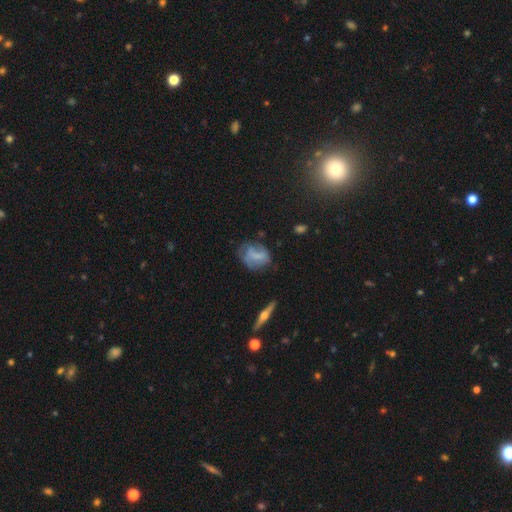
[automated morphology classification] Overall: featured or disk (46%; smooth 44%). Merging: none (50%; minor disturbance 29%).